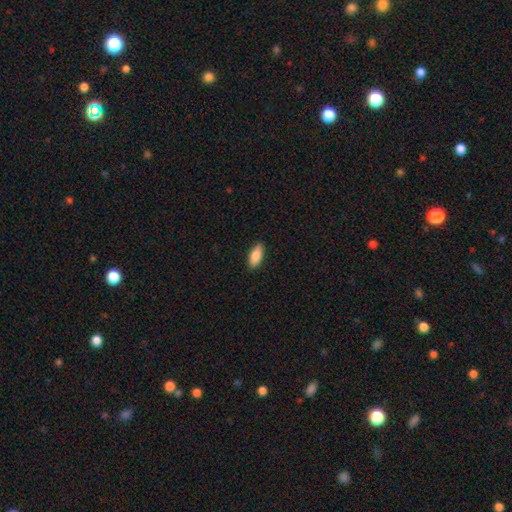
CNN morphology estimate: The model was most divided on "how rounded": in between: 83%, cigar-shaped: 15%, round: 2%. More confident: merging — none (89%); smooth or featured — smooth (87%).